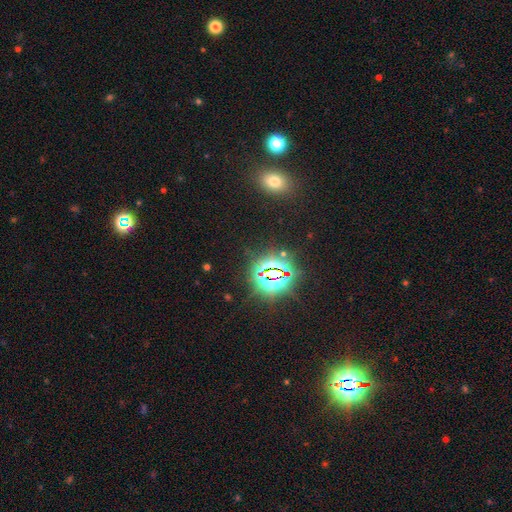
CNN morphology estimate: type=star or artifact (68%).